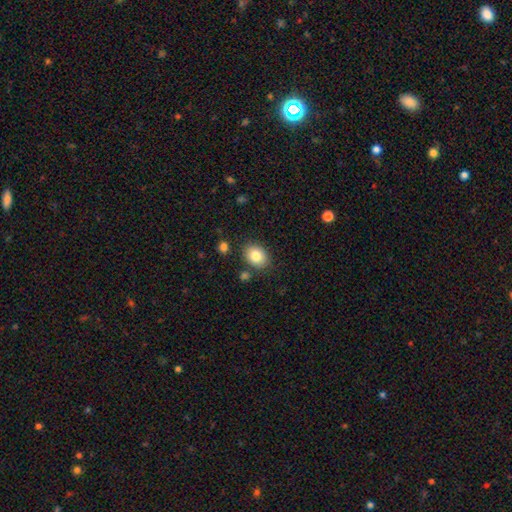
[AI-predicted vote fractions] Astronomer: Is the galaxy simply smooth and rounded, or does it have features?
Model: smooth — 83%.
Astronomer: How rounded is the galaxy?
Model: in between — 60% (runner-up: round, 40%).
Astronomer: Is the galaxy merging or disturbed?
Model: none — 82%.